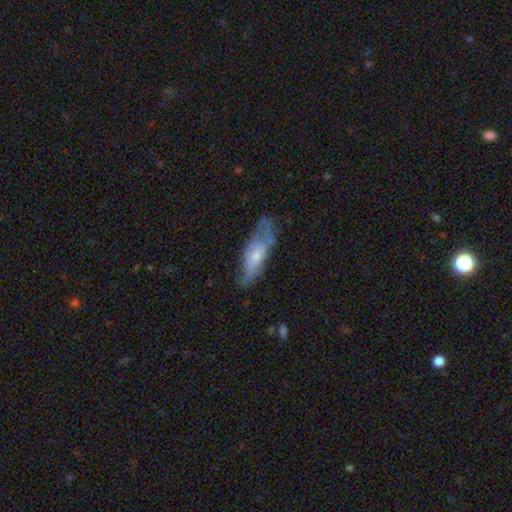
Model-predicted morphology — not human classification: A smooth galaxy with no disk features (49%).

Vote fractions:
- Smooth or featured? smooth: 49% / featured or disk: 44% / star or artifact: 6%
- Merging? none: 49% / minor disturbance: 32% / major disturbance: 15% / merger: 3%